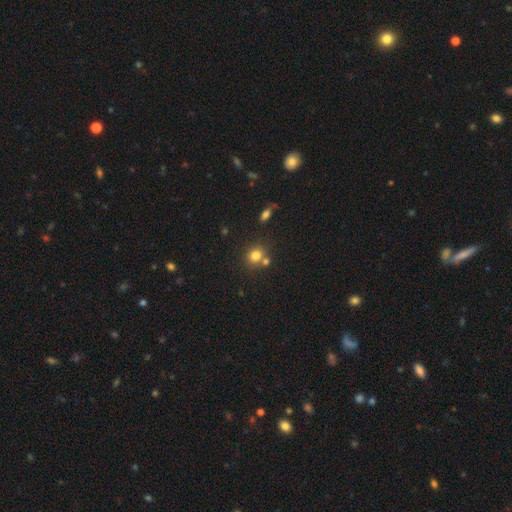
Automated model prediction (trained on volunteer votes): This appears to be a smooth galaxy with no disk features (79%) that is round (79%). Merging: none (65%).